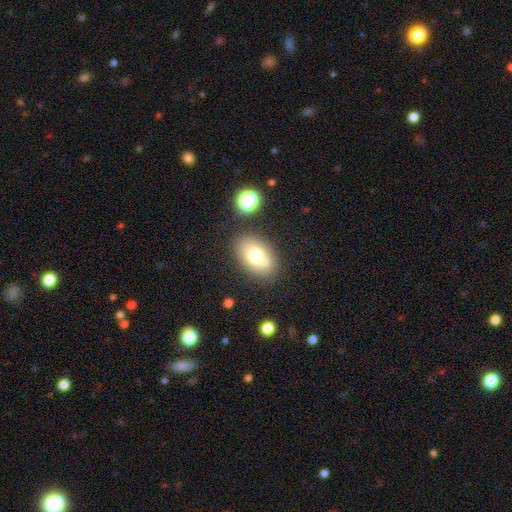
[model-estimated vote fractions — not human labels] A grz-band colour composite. It shows a smooth galaxy with no disk features (69%) that is in between round and cigar-shaped (79%). Merging: none (64%).